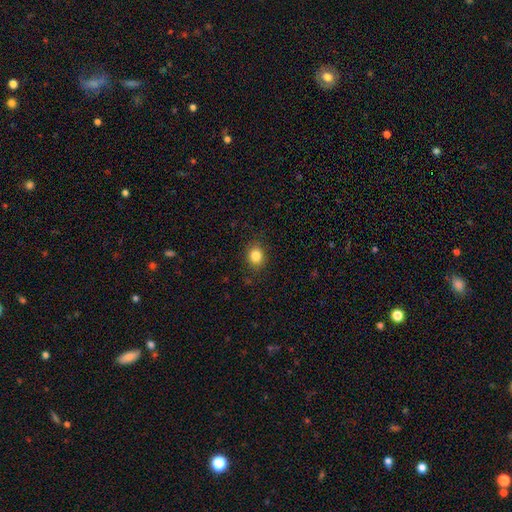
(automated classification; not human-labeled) A smooth galaxy with no disk features (84%) that is round (59%).

Vote fractions:
- Smooth or featured? smooth: 84% / star or artifact: 10% / featured or disk: 6%
- How rounded? round: 59% / in between: 40% / cigar-shaped: 1%
- Merging? none: 87% / minor disturbance: 10% / major disturbance: 3% / merger: 1%